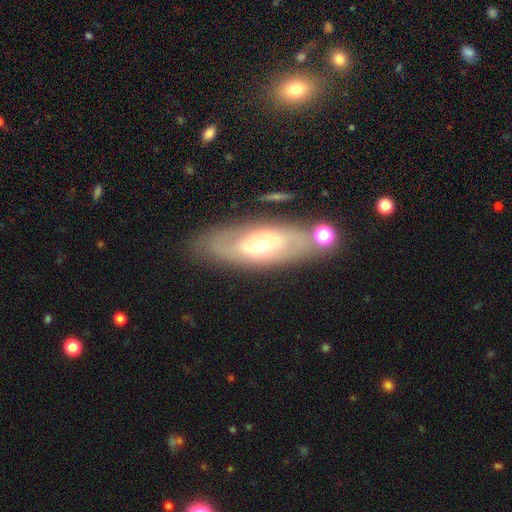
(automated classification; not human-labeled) smooth-or-featured: featured or disk: 54% | smooth: 38% | star or artifact: 7%
  disk-edge-on: no: 79% | yes: 21%
  merging: none: 74% | minor disturbance: 13% | merger: 7% | major disturbance: 6%